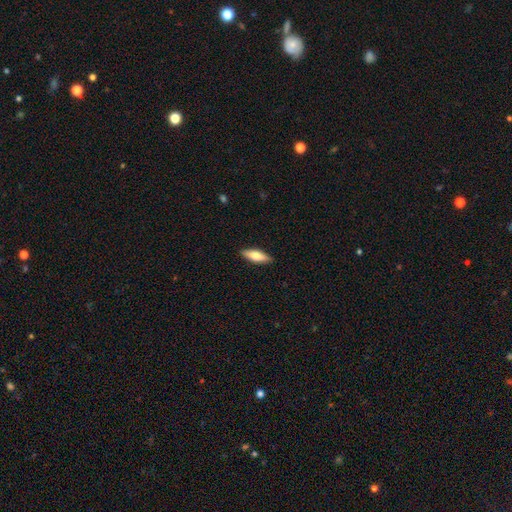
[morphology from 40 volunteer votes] Smooth or featured? 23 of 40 (57%) said smooth. How rounded? 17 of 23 (74%) said in between. Merging? 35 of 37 (95%) said none.